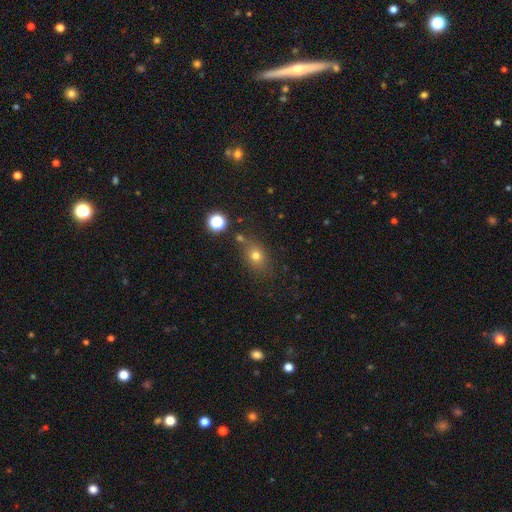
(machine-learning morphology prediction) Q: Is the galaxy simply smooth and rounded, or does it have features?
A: smooth — 73%.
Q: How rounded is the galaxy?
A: in between — 51%.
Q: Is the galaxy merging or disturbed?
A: none — 70%.